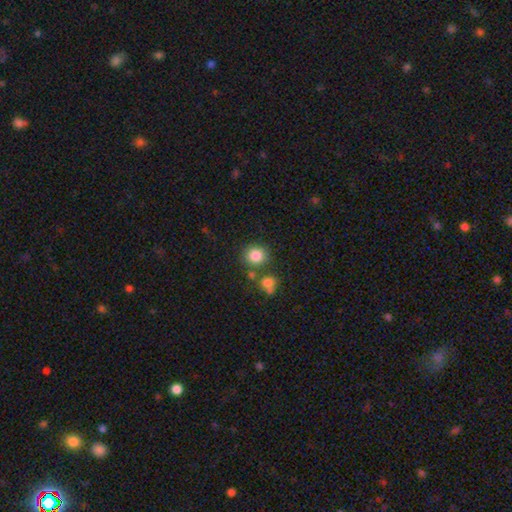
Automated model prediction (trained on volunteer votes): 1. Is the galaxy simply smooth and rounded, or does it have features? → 84% smooth, 10% star or artifact, 6% featured or disk.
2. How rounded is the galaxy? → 84% round, 15% in between, 1% cigar-shaped.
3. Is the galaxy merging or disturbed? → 74% none, 12% merger, 10% minor disturbance, 3% major disturbance.